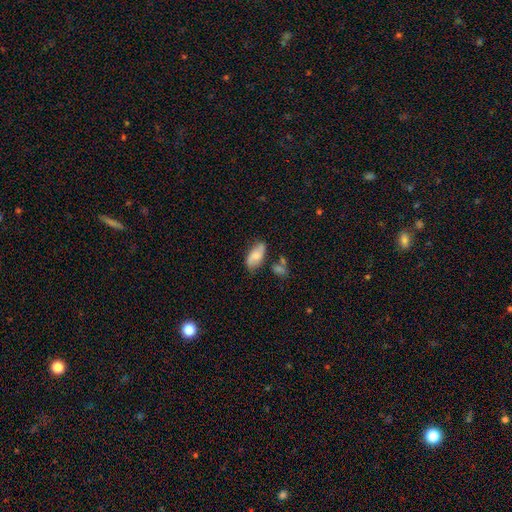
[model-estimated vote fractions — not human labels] Smooth or featured: smooth — 61% (featured or disk — 31%)
How rounded: in between — 91% (cigar-shaped — 5%)
Merging: none — 62% (minor disturbance — 24%)